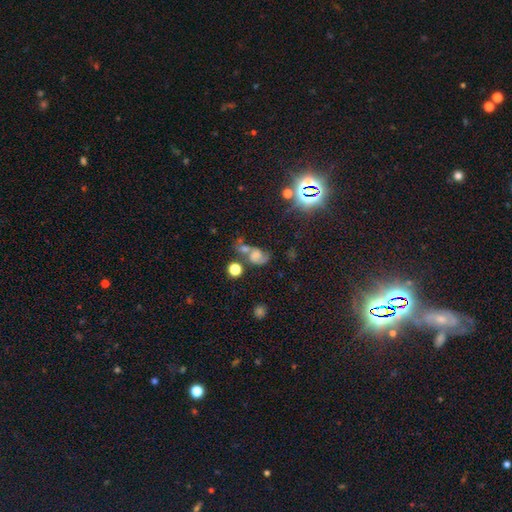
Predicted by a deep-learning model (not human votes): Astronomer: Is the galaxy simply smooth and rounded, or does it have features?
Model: featured or disk — 43% (runner-up: smooth, 36%).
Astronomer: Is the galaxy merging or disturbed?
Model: merger — 37% (runner-up: none, 29%).